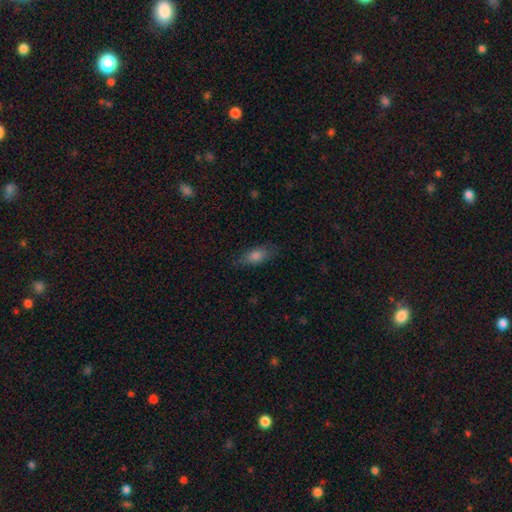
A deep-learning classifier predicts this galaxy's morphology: A smooth galaxy with no disk features (73%) that is in between round and cigar-shaped (74%).

Vote fractions:
- Smooth or featured? smooth: 73% / featured or disk: 17% / star or artifact: 10%
- How rounded? in between: 74% / cigar-shaped: 21% / round: 4%
- Merging? none: 79% / minor disturbance: 16% / major disturbance: 4% / merger: 1%